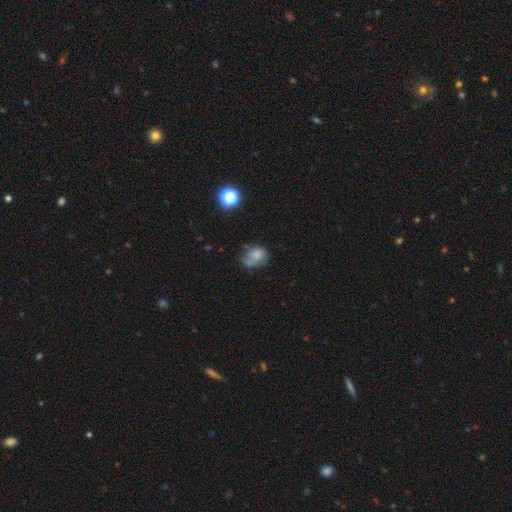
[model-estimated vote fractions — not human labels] Morphology: type=smooth (68%); roundness=round (53%); merging=none (41%).